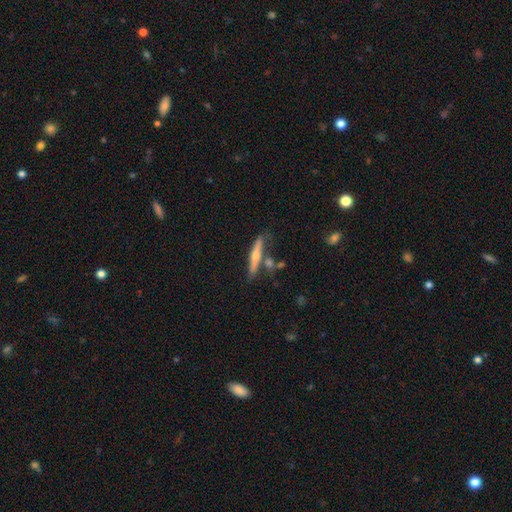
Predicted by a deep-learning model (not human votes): Smooth or featured: featured or disk — 51% (smooth — 43%)
Edge-on disk: yes — 94% (no — 6%)
Merging: none — 69% (minor disturbance — 15%)